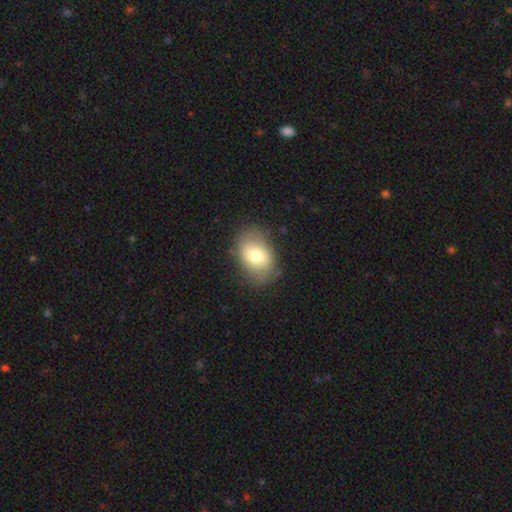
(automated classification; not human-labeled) Overall: smooth (74%). How rounded: in between (78%). Merging: none (75%).